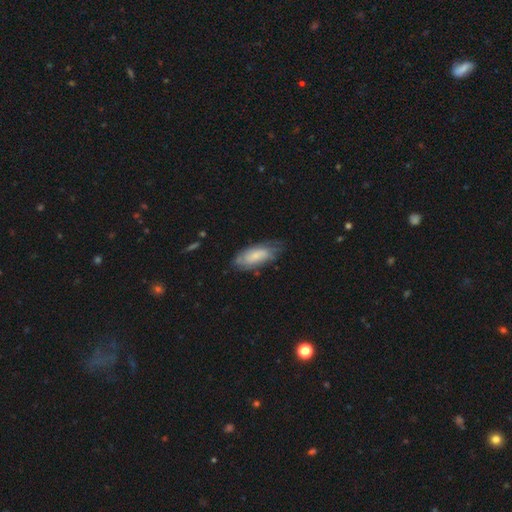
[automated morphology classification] This appears to be a smooth galaxy with no disk features (59%) that is in between round and cigar-shaped (82%). Merging: none (62%).